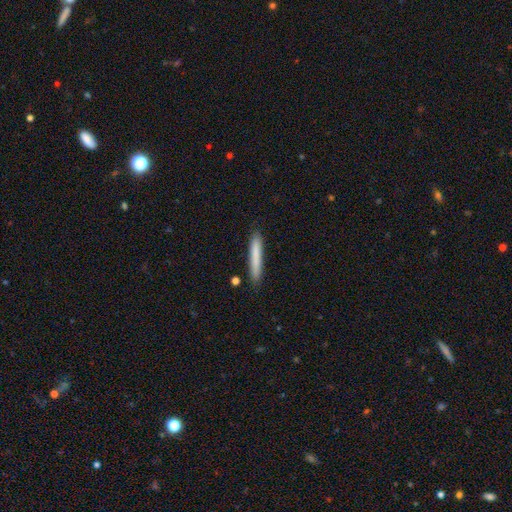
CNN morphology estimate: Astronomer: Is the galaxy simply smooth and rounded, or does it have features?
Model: smooth — 77%.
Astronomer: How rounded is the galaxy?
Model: cigar-shaped — 96%.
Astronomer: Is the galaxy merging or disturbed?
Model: none — 87%.